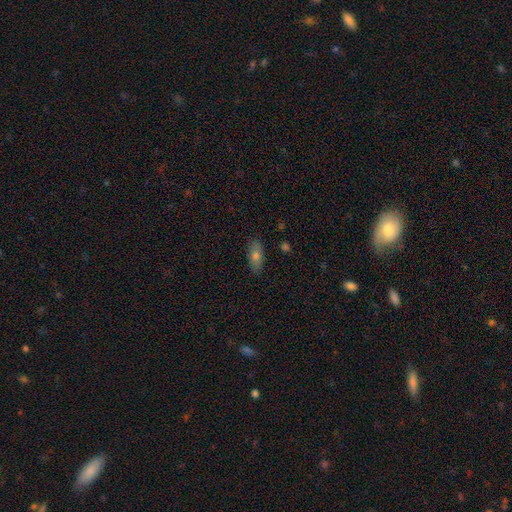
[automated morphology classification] This appears to be a smooth galaxy with no disk features (69%) that is in between round and cigar-shaped (78%). Merging: none (86%).